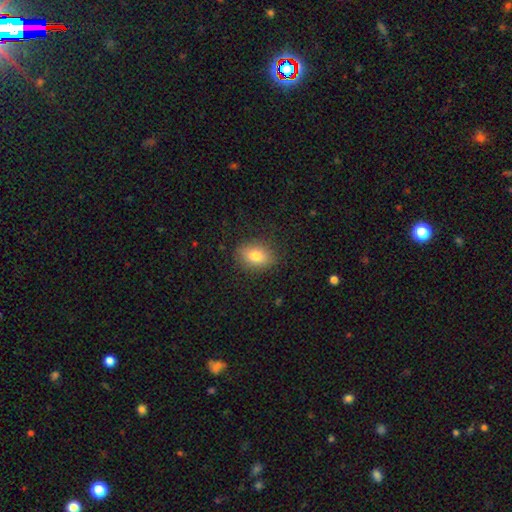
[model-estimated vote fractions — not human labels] smooth-or-featured: smooth: 78% | featured or disk: 12% | star or artifact: 10%
  how-rounded: in between: 69% | round: 29% | cigar-shaped: 2%
  merging: none: 85% | minor disturbance: 11% | major disturbance: 3% | merger: 1%